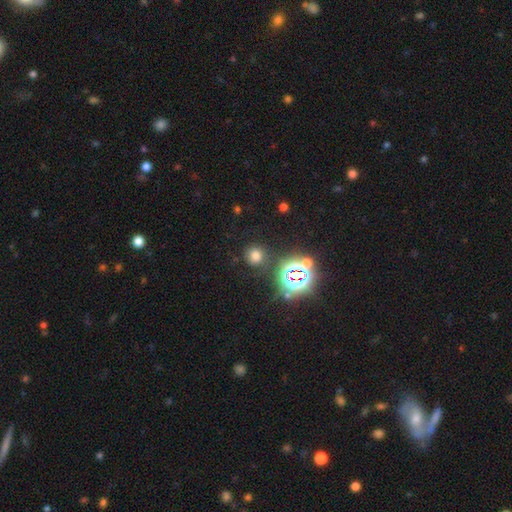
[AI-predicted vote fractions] Morphology: type=smooth (64%); roundness=round (88%); merging=none (81%).